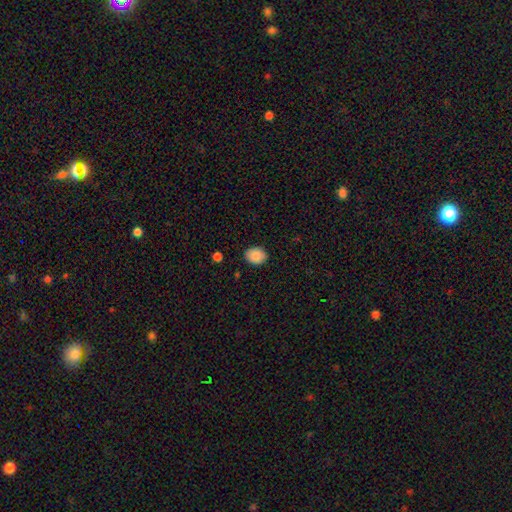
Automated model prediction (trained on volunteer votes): A smooth galaxy with no disk features (88%) that is round (50%).

Vote fractions:
- Smooth or featured? smooth: 88% / star or artifact: 8% / featured or disk: 4%
- How rounded? round: 50% / in between: 49% / cigar-shaped: 1%
- Merging? none: 86% / minor disturbance: 10% / major disturbance: 2% / merger: 1%